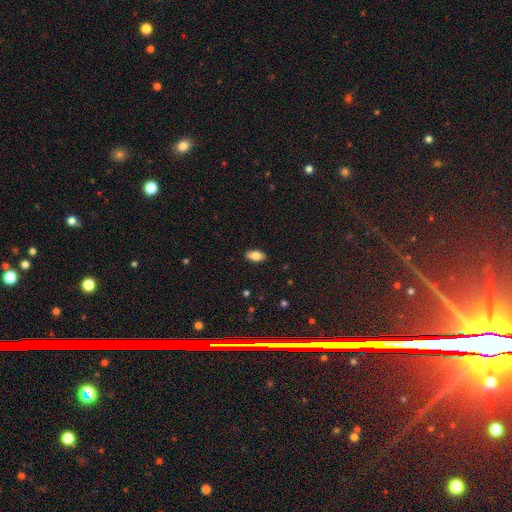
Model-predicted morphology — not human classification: The model was most divided on "smooth or featured": smooth: 83%, featured or disk: 10%, star or artifact: 8%. More confident: how rounded — in between (92%); merging — none (89%).